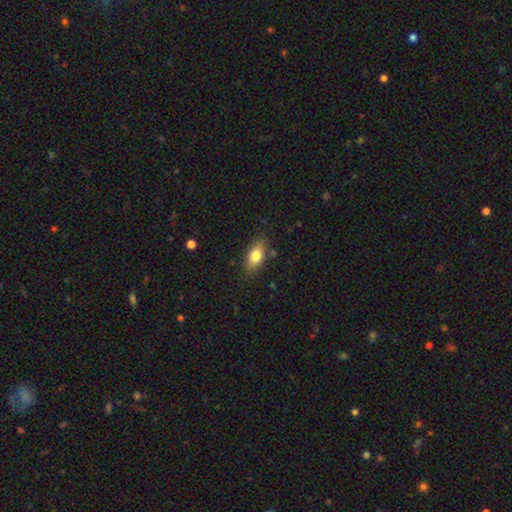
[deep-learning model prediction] A smooth galaxy with no disk features (79%) that is in between round and cigar-shaped (85%). Merging: none (82%).